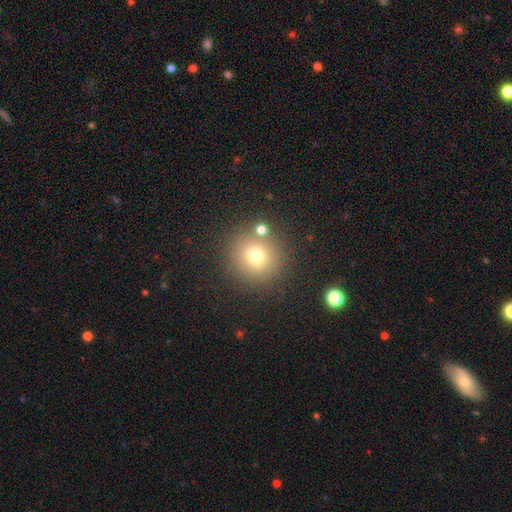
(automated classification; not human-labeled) Smooth or featured? smooth (73%)
How rounded? round (92%)
Merging? none (78%)